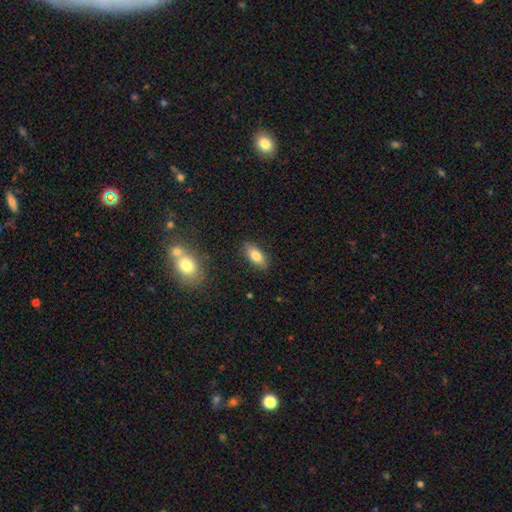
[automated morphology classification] smooth_or_featured: smooth (p=0.77) [alt: featured or disk p=0.15]
how_rounded: in between (p=0.82) [alt: cigar-shaped p=0.15]
merging: none (p=0.86) [alt: minor disturbance p=0.10]